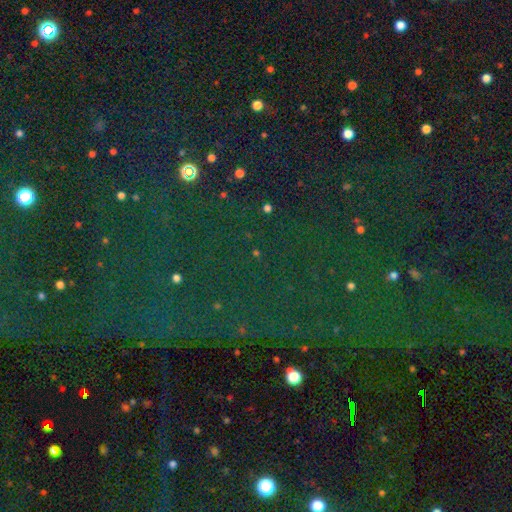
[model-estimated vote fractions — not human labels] Smooth or featured? star or artifact (85%)